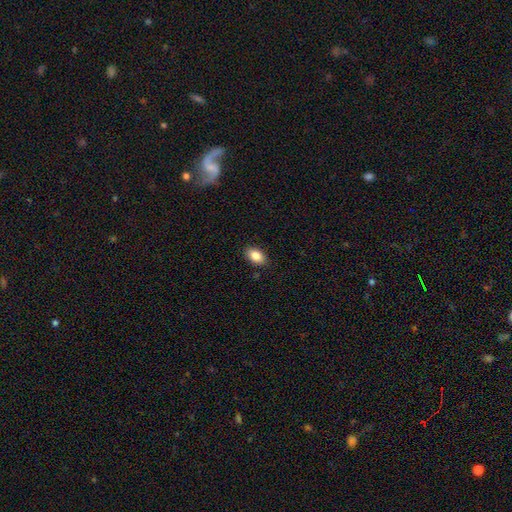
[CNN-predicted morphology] Q: Smooth or featured?
A: smooth (86%); runner-up: star or artifact (8%)
Q: How rounded?
A: in between (90%); runner-up: round (8%)
Q: Merging?
A: none (88%); runner-up: minor disturbance (9%)